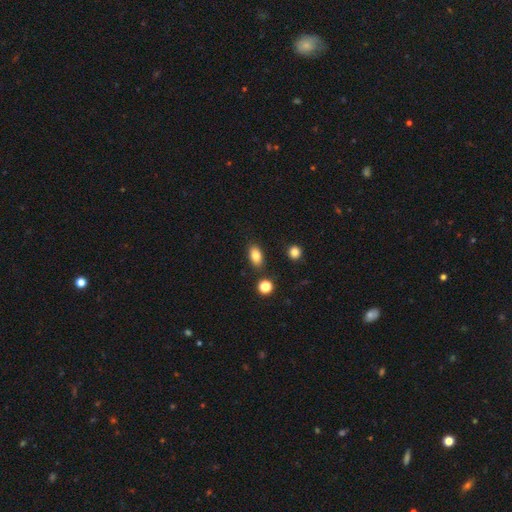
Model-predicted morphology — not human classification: Smooth or featured? Predicted: smooth (p=0.83). How rounded? Predicted: in between (p=0.87). Merging? Predicted: none (p=0.84).